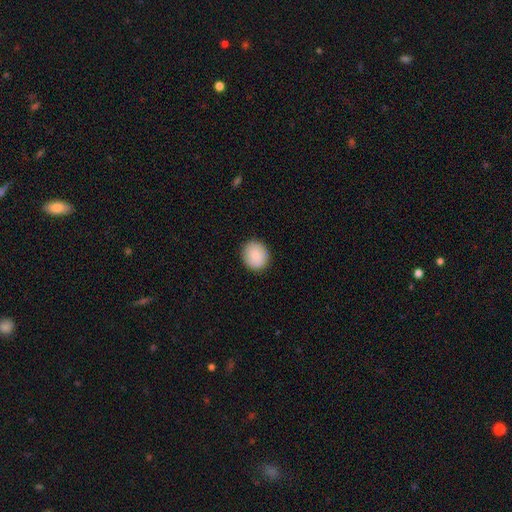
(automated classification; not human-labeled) Smooth or featured: smooth — 88% (star or artifact — 7%)
How rounded: round — 79% (in between — 20%)
Merging: none — 89% (minor disturbance — 8%)